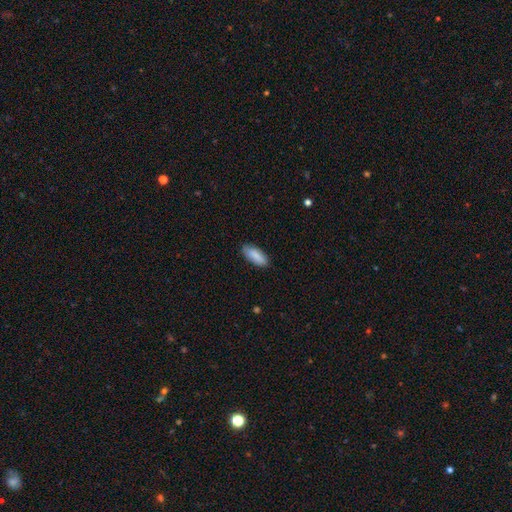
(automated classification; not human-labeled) Smooth or featured? smooth (87%)
How rounded? in between (80%)
Merging? none (85%)